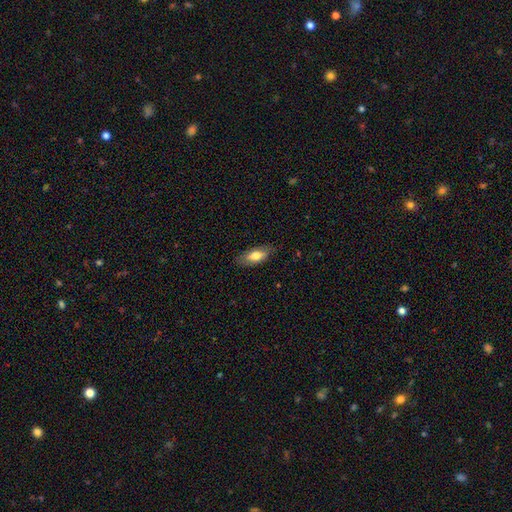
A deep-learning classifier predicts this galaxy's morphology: Smooth or featured? Predicted: smooth (p=0.73). How rounded? Predicted: in between (p=0.82). Merging? Predicted: none (p=0.81).